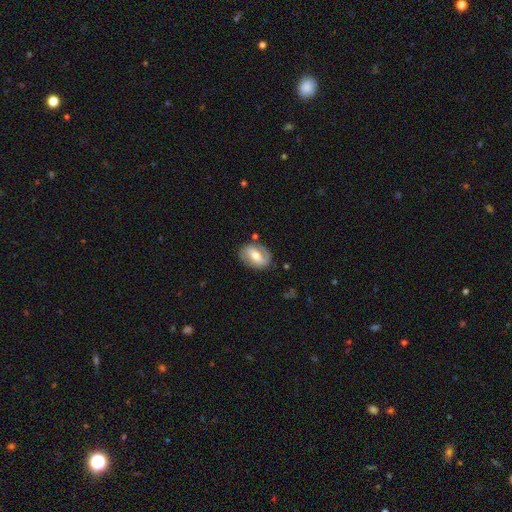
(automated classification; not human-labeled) A featured or disk galaxy (61%) with a strong bar (39%, tied with weak), spiral arms (74%) and a moderate central bulge (64%).

Vote fractions:
- Smooth or featured? featured or disk: 61% / smooth: 33% / star or artifact: 6%
- Edge-on disk? no: 95% / yes: 5%
- Bar? strong: 39% (tied) / weak: 39% (tied) / no: 22%
- Spiral arms? yes: 74% / no: 26%
- Bulge size? moderate: 64% / small: 23% / large: 10% / none: 2% / dominant: 1%
- Merging? none: 76% / minor disturbance: 16% / major disturbance: 5% / merger: 3%